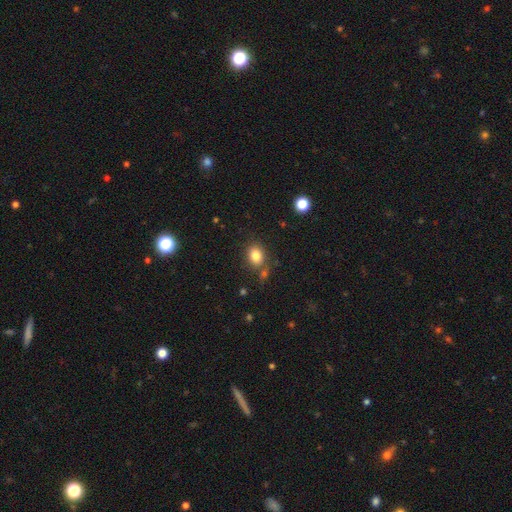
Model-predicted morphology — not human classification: smooth-or-featured: smooth: 82% | star or artifact: 11% | featured or disk: 7%
  how-rounded: in between: 53% | round: 46% | cigar-shaped: 1%
  merging: none: 74% | minor disturbance: 13% | merger: 9% | major disturbance: 4%